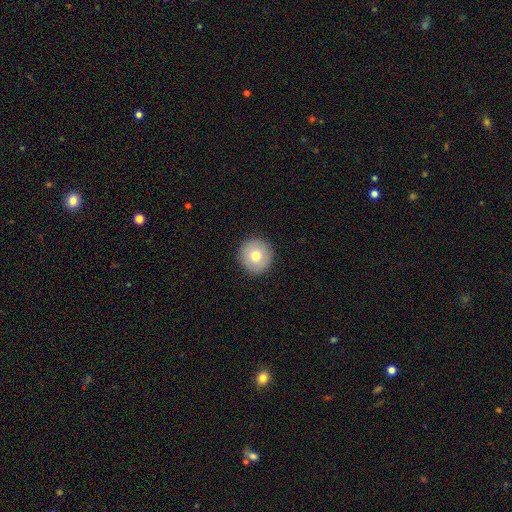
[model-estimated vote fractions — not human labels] smooth 73%, featured or disk 18%, star or artifact 9%. Down the decision tree: how rounded — round (95%); merging — none (91%).